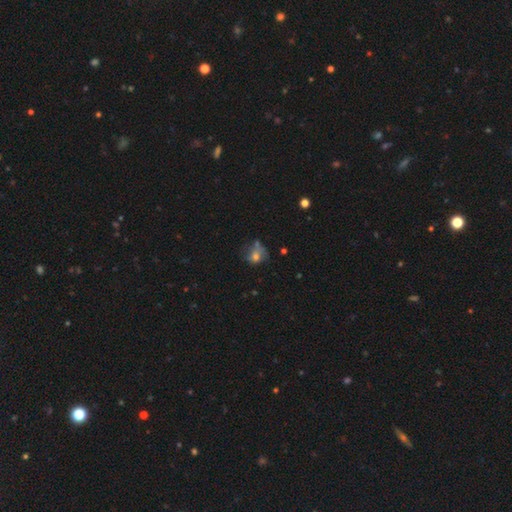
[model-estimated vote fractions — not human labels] Smooth or featured: smooth — 55% (featured or disk — 26%)
How rounded: round — 59% (in between — 39%)
Merging: none — 40% (minor disturbance — 26%)